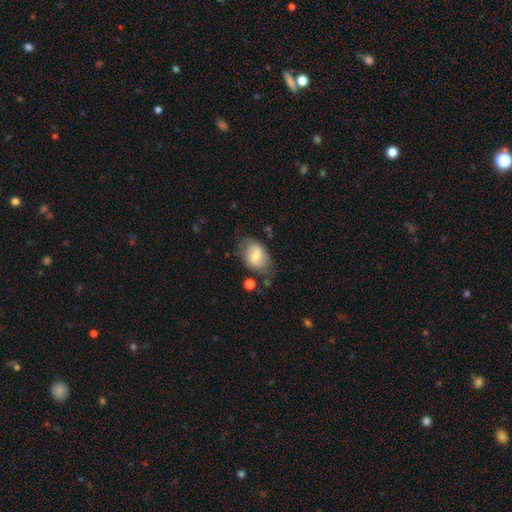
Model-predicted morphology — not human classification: Smooth or featured? smooth (62%)
How rounded? in between (84%)
Merging? none (65%)